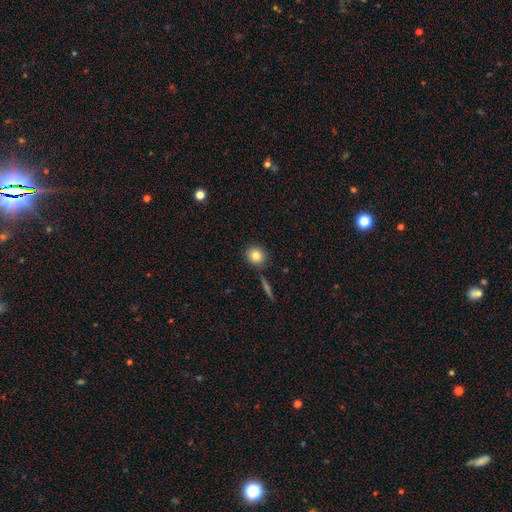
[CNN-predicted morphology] type=smooth (81%); roundness=round (86%); merging=none (86%).